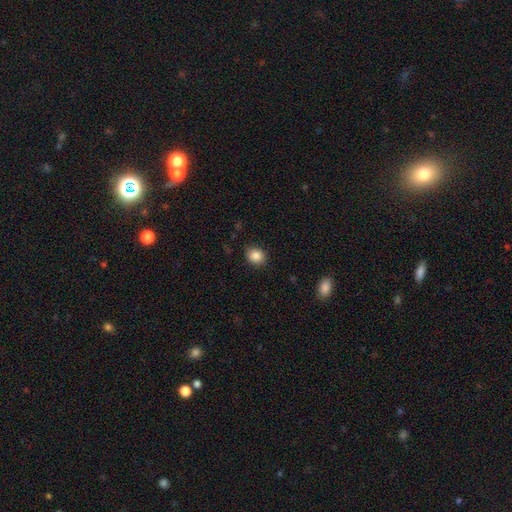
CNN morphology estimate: type=smooth (86%); roundness=round (68%); merging=none (89%).